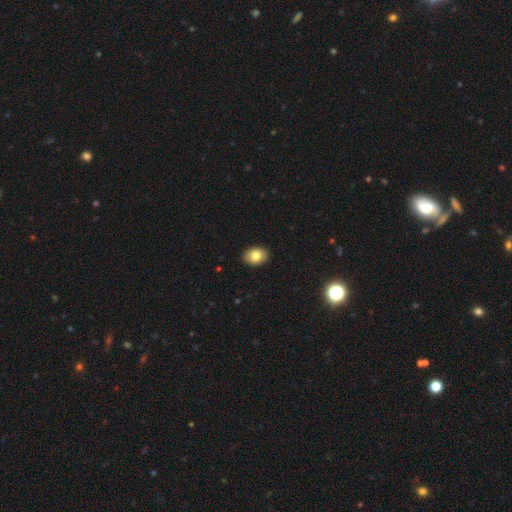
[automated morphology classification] type=smooth (81%); roundness=in between (69%); merging=none (91%).